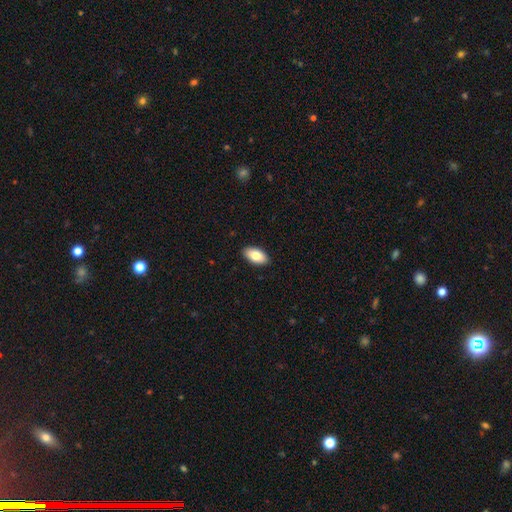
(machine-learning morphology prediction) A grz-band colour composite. It shows a smooth galaxy with no disk features (80%) that is in between round and cigar-shaped (94%). Merging: none (90%).